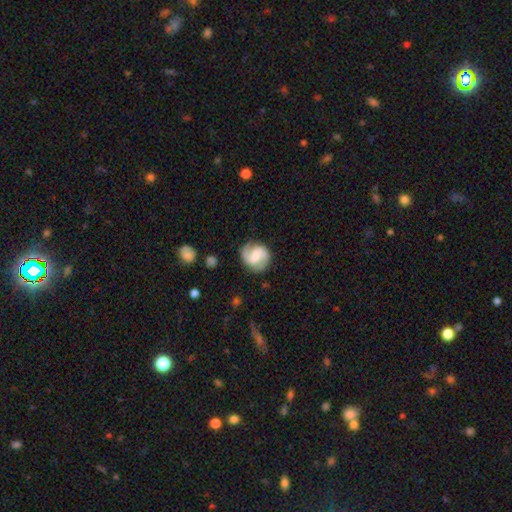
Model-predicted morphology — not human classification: A featured or disk galaxy (78%) with a weak bar (51%), 2 (92%) medium (51%) spiral arms (96%) and a moderate central bulge (42%). Merging: none (82%).